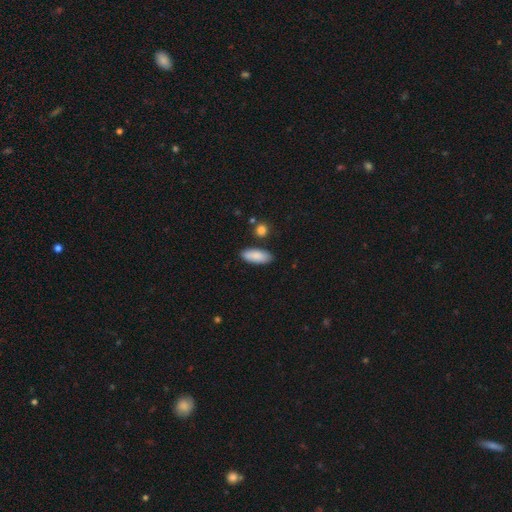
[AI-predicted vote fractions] A smooth galaxy with no disk features (87%) that is in between round and cigar-shaped (79%). Merging: none (84%).